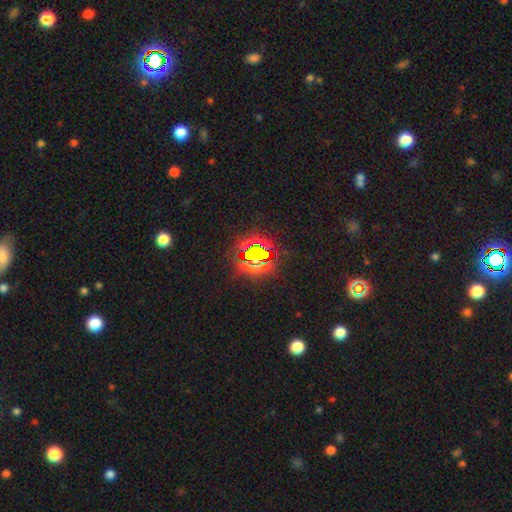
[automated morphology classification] Smooth or featured: star or artifact — 77% (smooth — 13%)